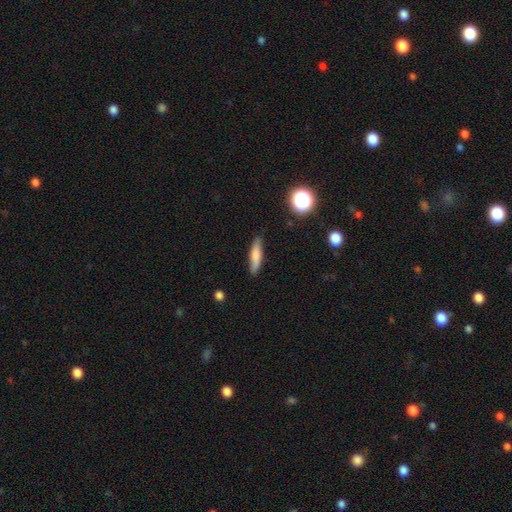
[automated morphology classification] Smooth or featured? smooth (72%)
How rounded? cigar-shaped (75%)
Merging? none (79%)